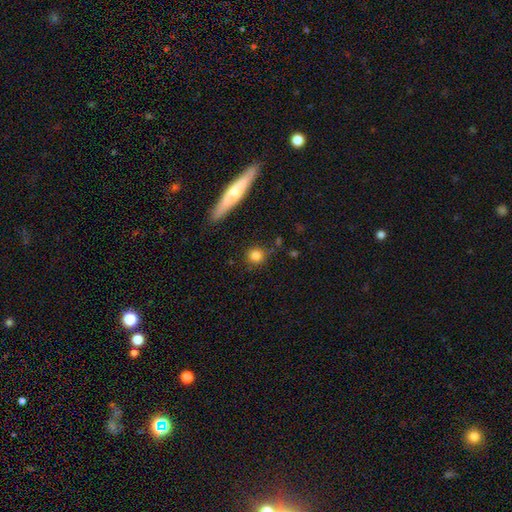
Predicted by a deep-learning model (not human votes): Smooth or featured: smooth — 81% (star or artifact — 10%)
How rounded: round — 87% (in between — 10%)
Merging: none — 83% (minor disturbance — 10%)